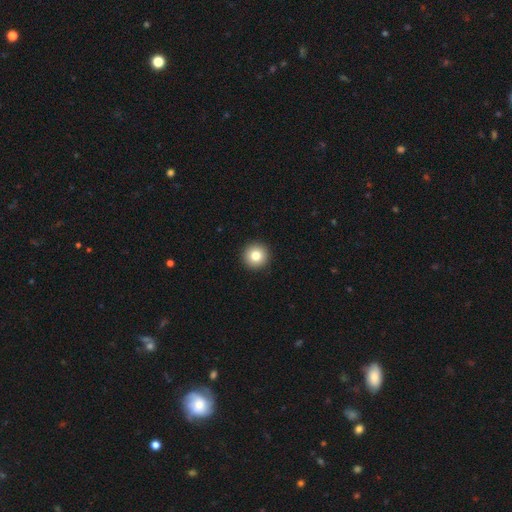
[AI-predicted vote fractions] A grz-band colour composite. It shows a smooth galaxy with no disk features (81%) that is round (96%). Merging: none (94%).